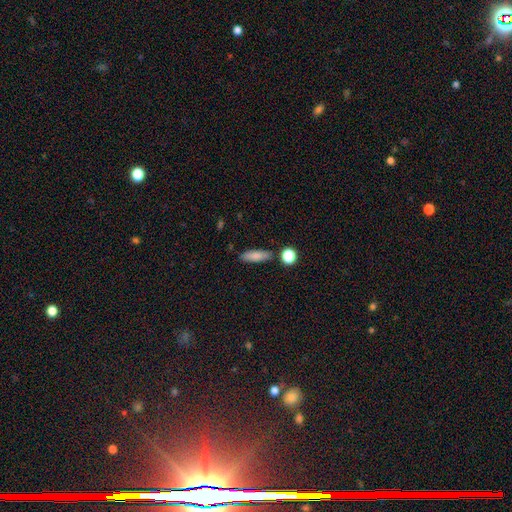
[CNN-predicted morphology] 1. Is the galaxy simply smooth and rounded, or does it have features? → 83% smooth, 8% featured or disk, 8% star or artifact.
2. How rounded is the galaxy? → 52% in between, 44% cigar-shaped, 4% round.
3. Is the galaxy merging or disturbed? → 80% none, 11% minor disturbance, 6% merger, 3% major disturbance.